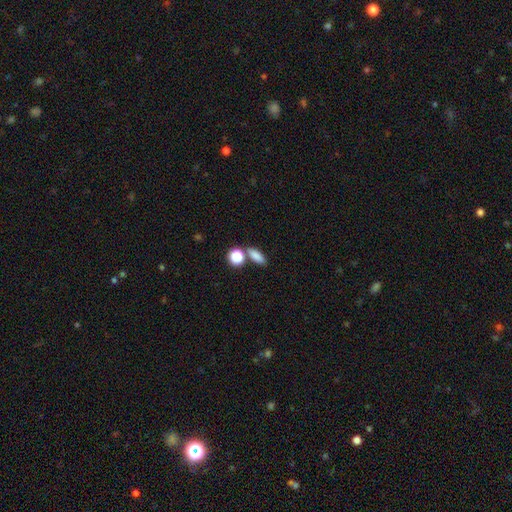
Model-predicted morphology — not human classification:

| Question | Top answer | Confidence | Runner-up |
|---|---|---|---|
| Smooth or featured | smooth | 82% | star or artifact (11%) |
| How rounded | in between | 64% | cigar-shaped (19%) |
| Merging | none | 66% | merger (19%) |